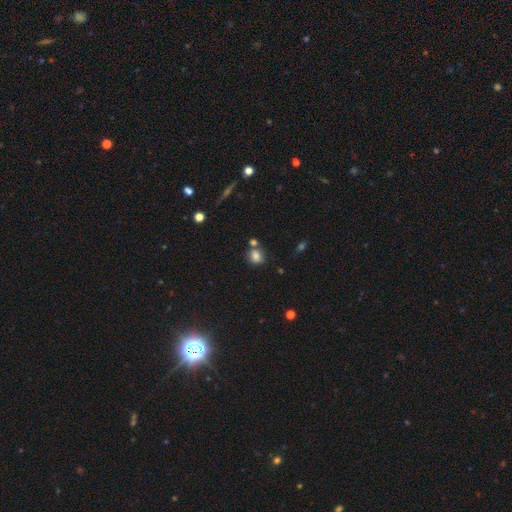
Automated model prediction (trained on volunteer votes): Smooth or featured: smooth — 77% (star or artifact — 13%)
How rounded: round — 74% (in between — 25%)
Merging: none — 66% (merger — 16%)